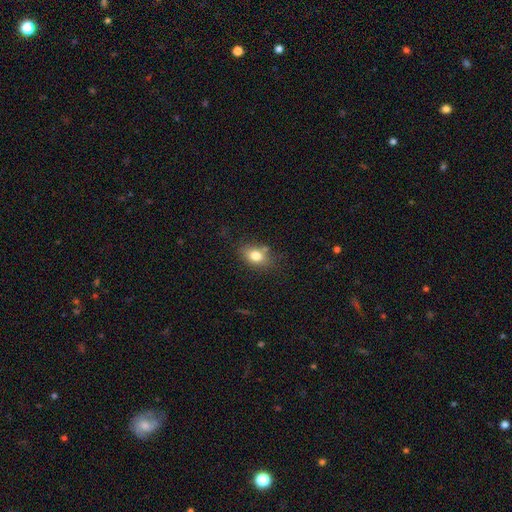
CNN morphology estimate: This appears to be a smooth galaxy with no disk features (77%) that is in between round and cigar-shaped (72%). Merging: none (69%).